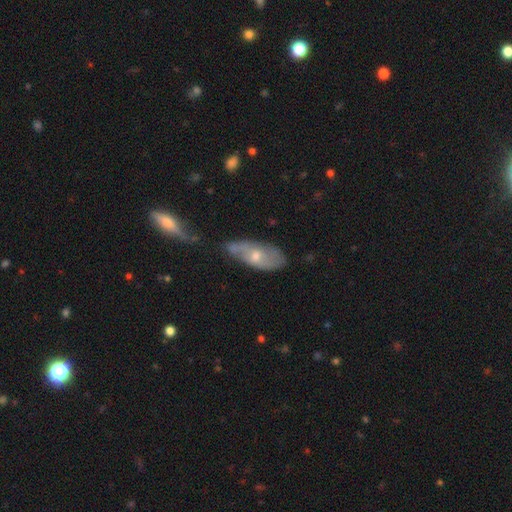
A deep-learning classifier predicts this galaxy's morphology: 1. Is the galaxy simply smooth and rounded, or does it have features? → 56% featured or disk, 37% smooth, 7% star or artifact.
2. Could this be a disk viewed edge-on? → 84% no, 16% yes.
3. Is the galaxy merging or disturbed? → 51% none, 31% minor disturbance, 10% major disturbance, 9% merger.